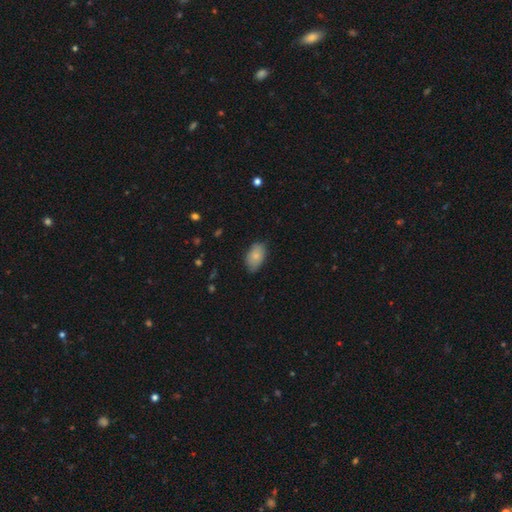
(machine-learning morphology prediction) This appears to be a smooth galaxy with no disk features (82%) that is in between round and cigar-shaped (91%). Merging: none (74%).